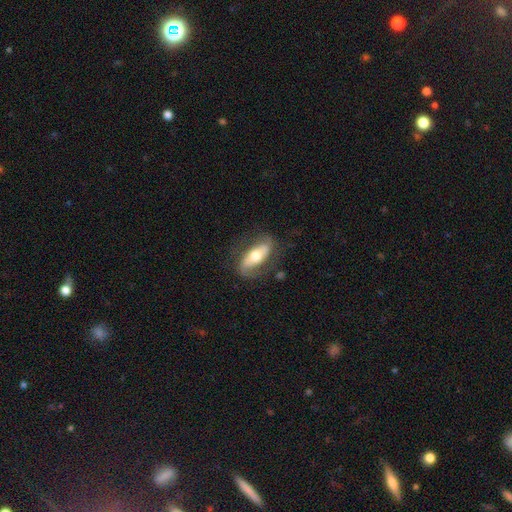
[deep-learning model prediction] A featured or disk galaxy (60%).

Vote fractions:
- Smooth or featured? featured or disk: 60% / smooth: 34% / star or artifact: 6%
- Edge-on disk? no: 81% / yes: 19%
- Merging? none: 71% / minor disturbance: 18% / major disturbance: 10% / merger: 2%